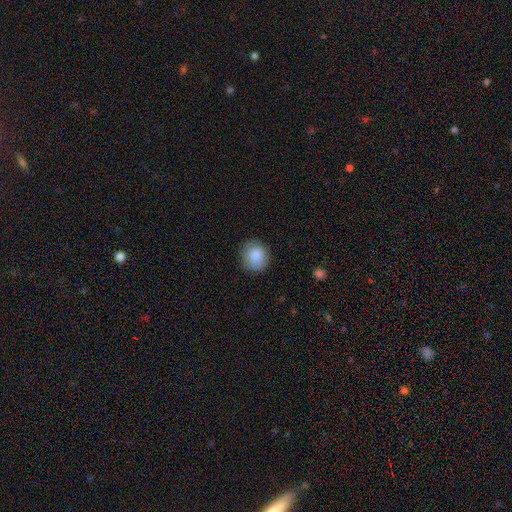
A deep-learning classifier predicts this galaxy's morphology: Overall: smooth (87%). How rounded: round (82%). Merging: none (84%).